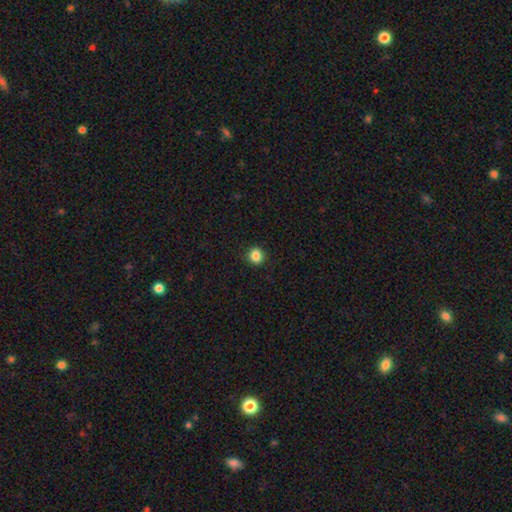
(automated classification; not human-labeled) Overall: smooth (85%). How rounded: round (83%). Merging: none (91%).